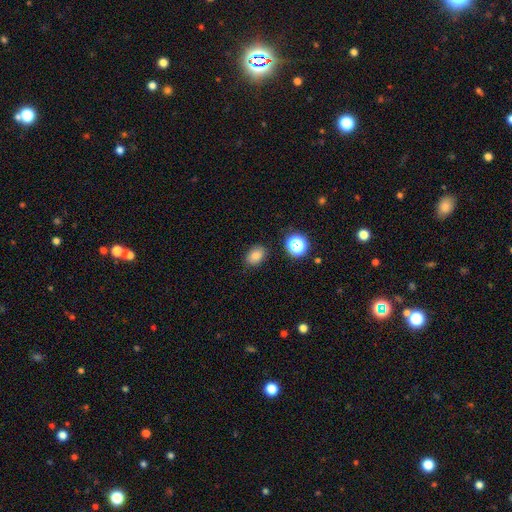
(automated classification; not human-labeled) Overall: smooth (81%). How rounded: in between (70%). Merging: none (82%).